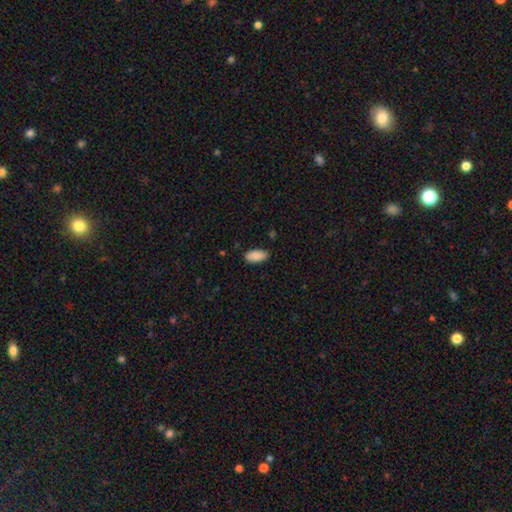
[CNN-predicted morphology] This is clearly a smooth galaxy (89%). How rounded: clearly in between (92%). Merging: clearly none (81%).